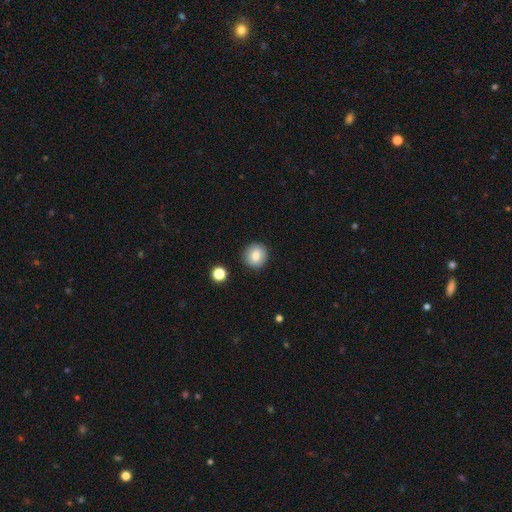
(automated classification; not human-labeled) This appears to be a smooth galaxy with no disk features (83%) that is round (90%). Merging: none (89%).